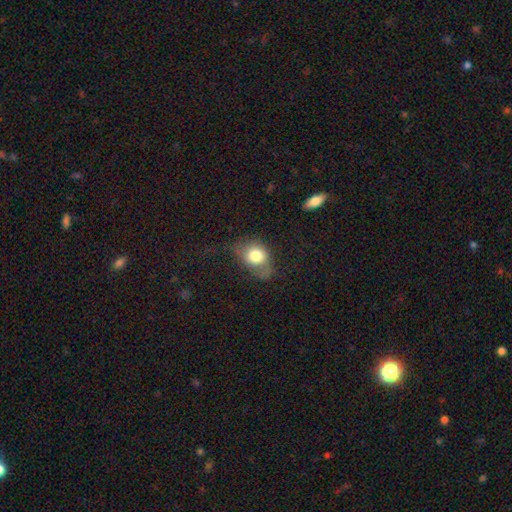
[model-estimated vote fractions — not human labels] Morphology: type=smooth (74%); roundness=in between (55%); merging=none (39%).